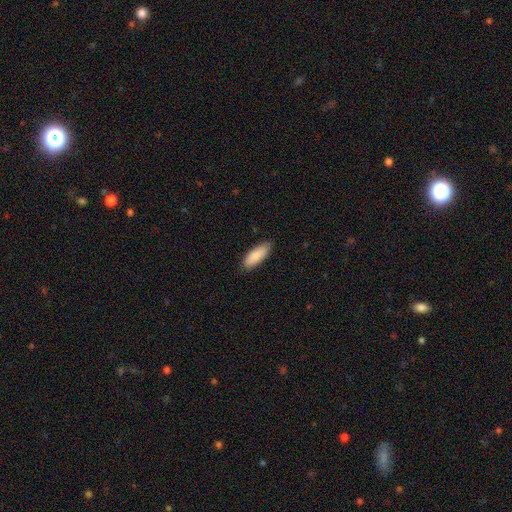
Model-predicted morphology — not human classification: type=smooth (88%); roundness=in between (69%); merging=none (85%).